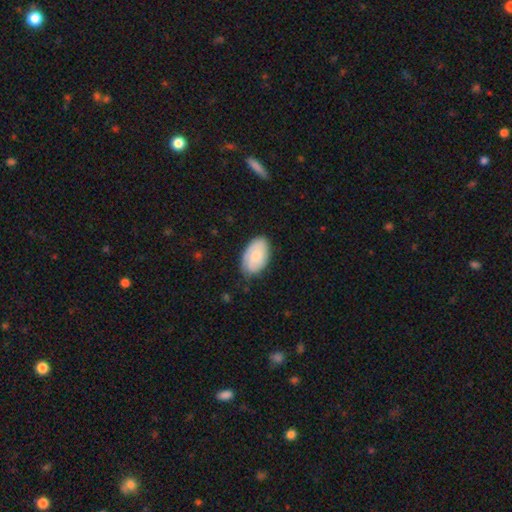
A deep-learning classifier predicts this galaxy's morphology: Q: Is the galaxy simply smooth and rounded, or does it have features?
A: smooth — 58%.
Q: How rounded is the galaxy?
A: in between — 92%.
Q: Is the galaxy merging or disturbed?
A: none — 76%.